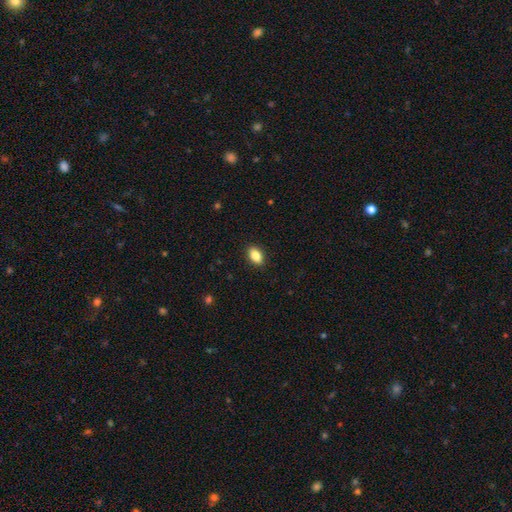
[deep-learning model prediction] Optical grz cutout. It shows a smooth galaxy with no disk features (84%) that is in between round and cigar-shaped (88%). Merging: none (89%).